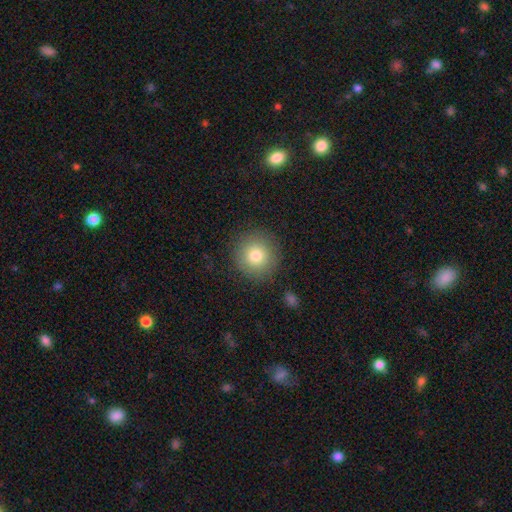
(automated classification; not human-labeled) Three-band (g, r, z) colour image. It shows a smooth galaxy with no disk features (78%) that is round (94%). Merging: none (88%).